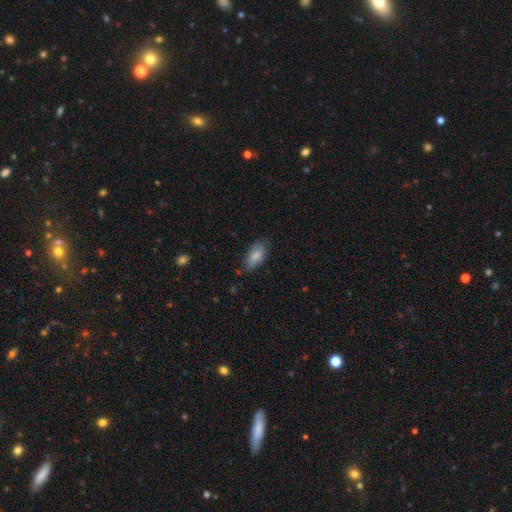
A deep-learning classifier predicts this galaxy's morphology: Smooth or featured?
  - smooth: 82% *
  - featured or disk: 11%
  - star or artifact: 7%
How rounded?
  - in between: 90% *
  - cigar-shaped: 7%
  - round: 3%
Merging?
  - none: 75% *
  - minor disturbance: 20%
  - major disturbance: 4%
  - merger: 2%